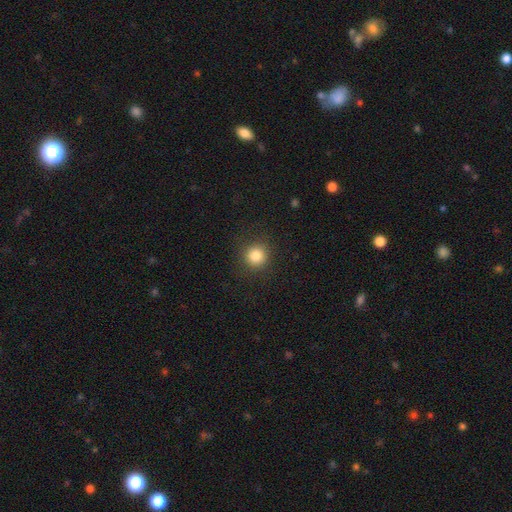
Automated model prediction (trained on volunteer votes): Smooth or featured? Predicted: smooth (p=0.85). How rounded? Predicted: round (p=0.93). Merging? Predicted: none (p=0.90).